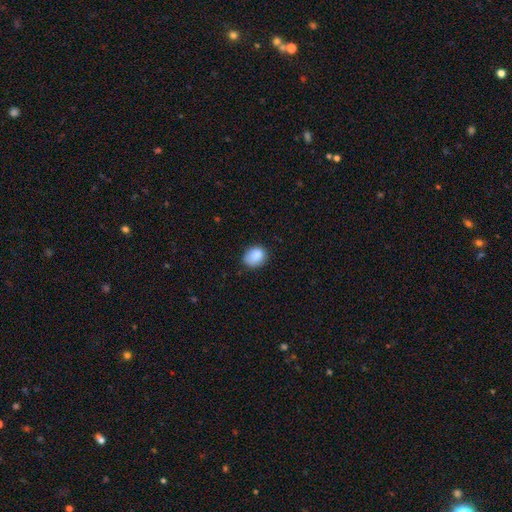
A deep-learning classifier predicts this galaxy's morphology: This is clearly a smooth galaxy (87%). How rounded: possibly in between (51%). Merging: likely none (72%).